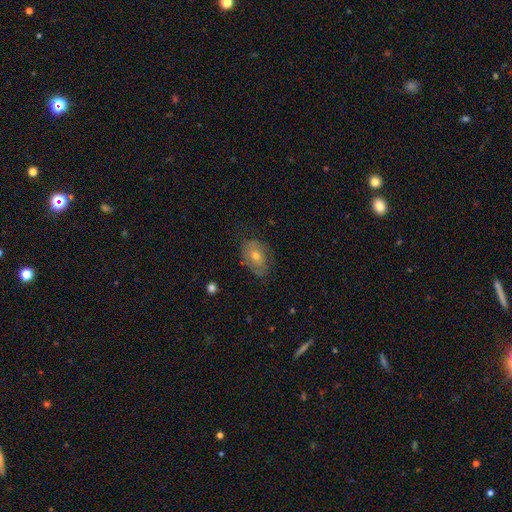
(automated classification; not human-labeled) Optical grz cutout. It shows a smooth galaxy with no disk features (53%) that is in between round and cigar-shaped (77%). Merging: none (61%).